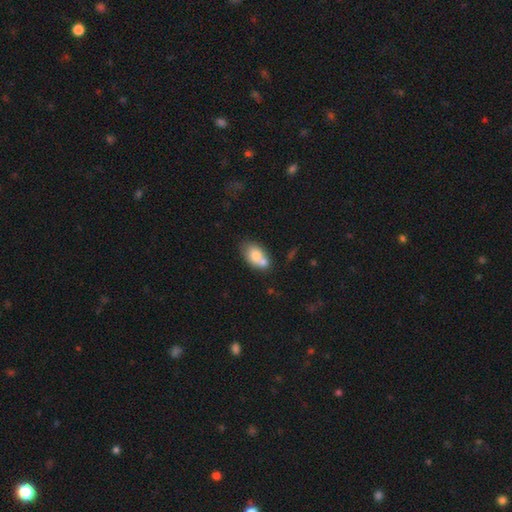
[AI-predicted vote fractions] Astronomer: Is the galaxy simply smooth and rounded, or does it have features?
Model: smooth — 75%.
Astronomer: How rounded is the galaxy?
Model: in between — 87%.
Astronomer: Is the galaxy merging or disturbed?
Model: none — 43% (runner-up: merger, 37%).